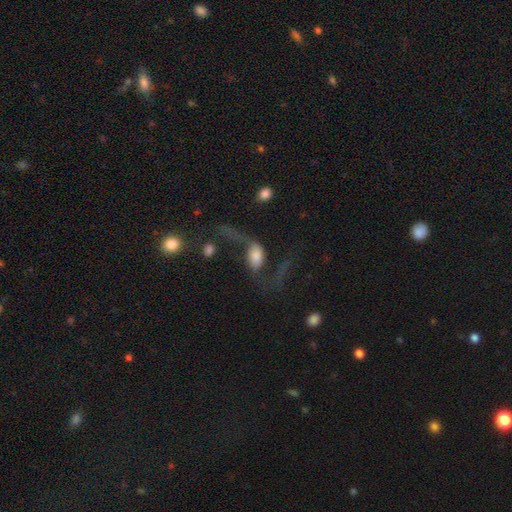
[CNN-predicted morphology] The model was most divided on "bulge size": large: 31%, moderate: 24%, small: 17%, dominant: 14%, none: 13%. Remaining: edge-on disk — no (91%); spiral arms — yes (78%); bar — no (58%); smooth or featured — featured or disk (56%); merging — major disturbance (44%).